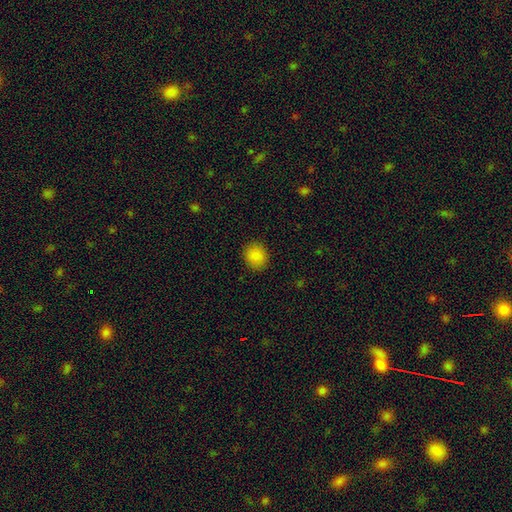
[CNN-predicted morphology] Overall: smooth (86%). How rounded: round (77%). Merging: none (89%).